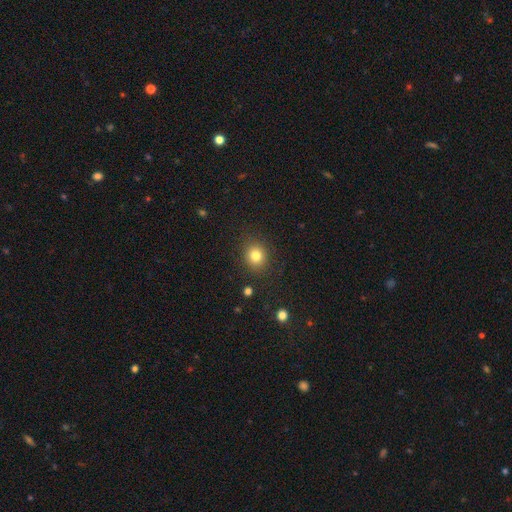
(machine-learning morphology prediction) smooth_or_featured: smooth (p=0.81) [alt: star or artifact p=0.12]
how_rounded: round (p=0.79) [alt: in between p=0.20]
merging: none (p=0.87) [alt: minor disturbance p=0.08]